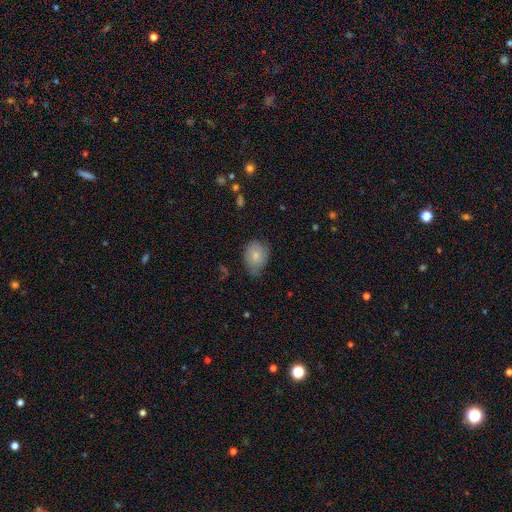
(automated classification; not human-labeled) This appears to be a smooth galaxy with no disk features (77%) that is in between round and cigar-shaped (62%). Merging: none (54%).